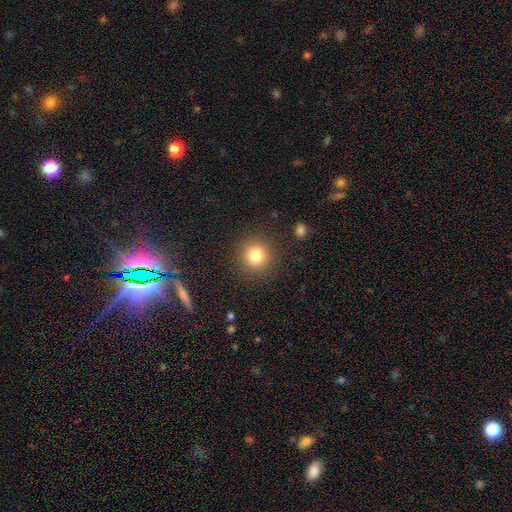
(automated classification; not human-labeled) Smooth or featured? smooth (82%)
How rounded? round (94%)
Merging? none (89%)